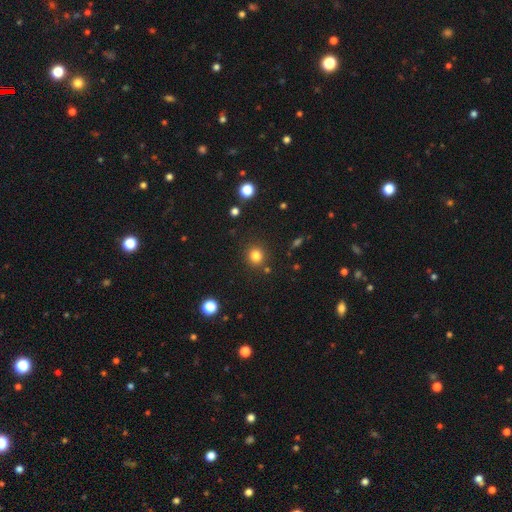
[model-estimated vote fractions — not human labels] Overall: smooth (81%). How rounded: round (88%). Merging: none (87%).